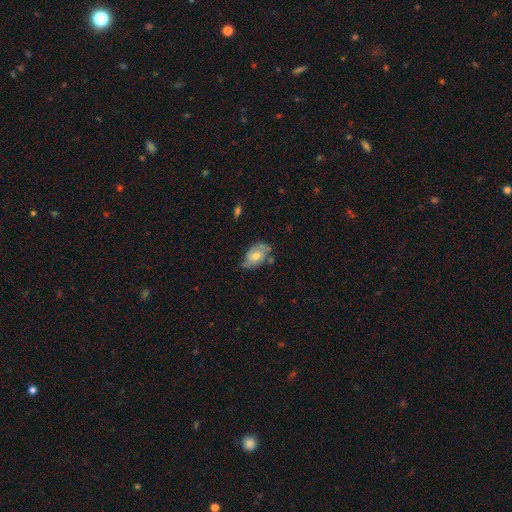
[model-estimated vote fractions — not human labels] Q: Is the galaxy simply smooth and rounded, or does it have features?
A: smooth — 52%.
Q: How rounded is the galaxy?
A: in between — 88%.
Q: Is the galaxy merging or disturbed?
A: none — 49%.